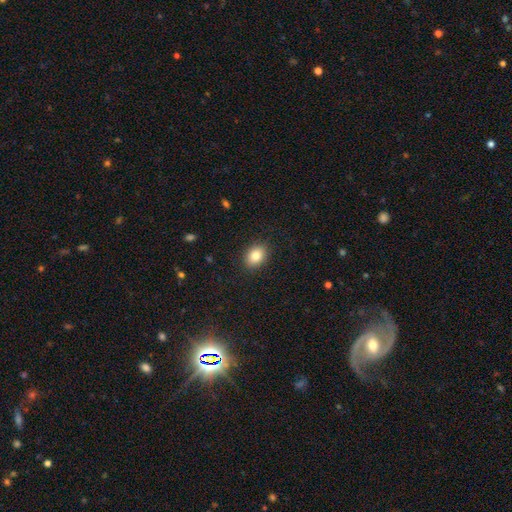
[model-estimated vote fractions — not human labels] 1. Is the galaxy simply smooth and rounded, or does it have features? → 83% smooth, 9% star or artifact, 8% featured or disk.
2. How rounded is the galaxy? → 69% in between, 30% round, 1% cigar-shaped.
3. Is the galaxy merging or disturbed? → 88% none, 8% minor disturbance, 2% major disturbance, 1% merger.